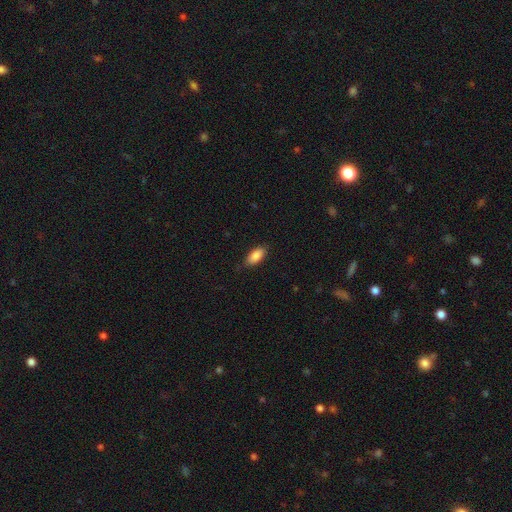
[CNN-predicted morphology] smooth-or-featured: smooth: 87% | star or artifact: 7% | featured or disk: 6%
  how-rounded: in between: 90% | cigar-shaped: 8% | round: 2%
  merging: none: 84% | minor disturbance: 13% | major disturbance: 2% | merger: 1%